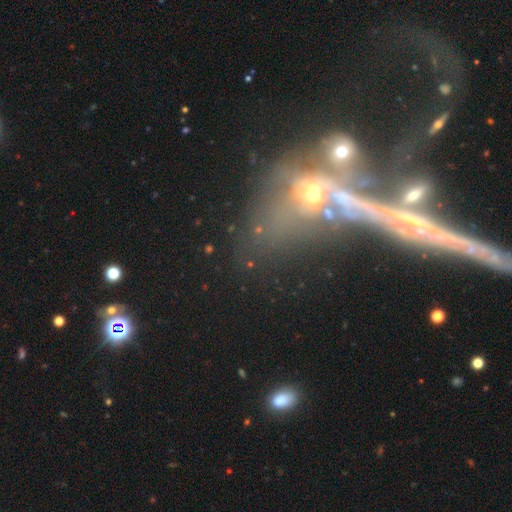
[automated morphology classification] Smooth or featured? featured or disk (43%)
Merging? none (41%)